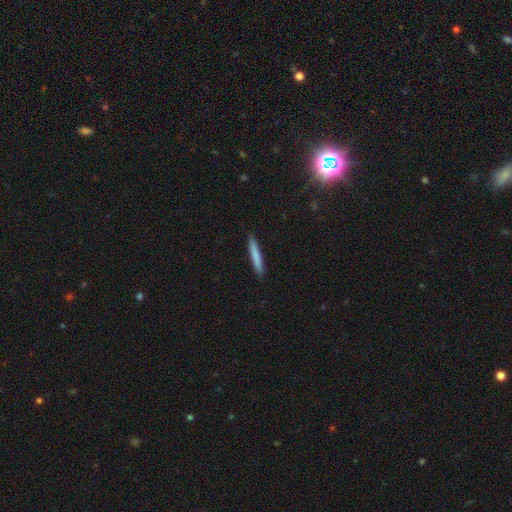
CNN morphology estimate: This appears to be a smooth galaxy with no disk features (78%) that is cigar-shaped (96%). Merging: none (91%).